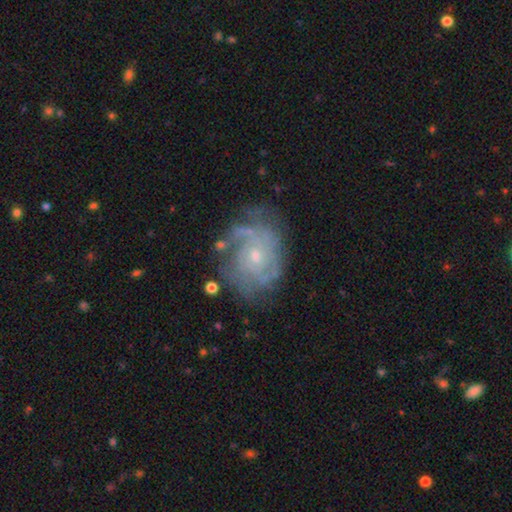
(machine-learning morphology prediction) This is clearly a featured or disk galaxy (81%). It is clearly not viewed edge-on (97%). Bar: likely no (78%). Spiral arm pattern: clearly yes (88%). Spiral arm count: marginally can't tell (43%). Spiral winding: possibly tight (60%). Central bulge: likely small (65%). Merging: possibly none (60%).